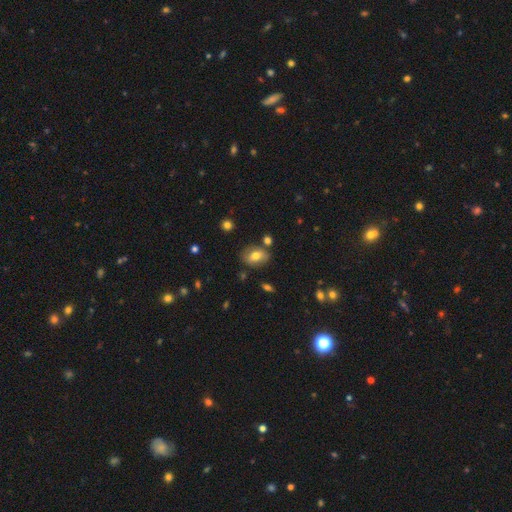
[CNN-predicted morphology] Overall: smooth (65%). How rounded: in between (78%). Merging: none (75%).